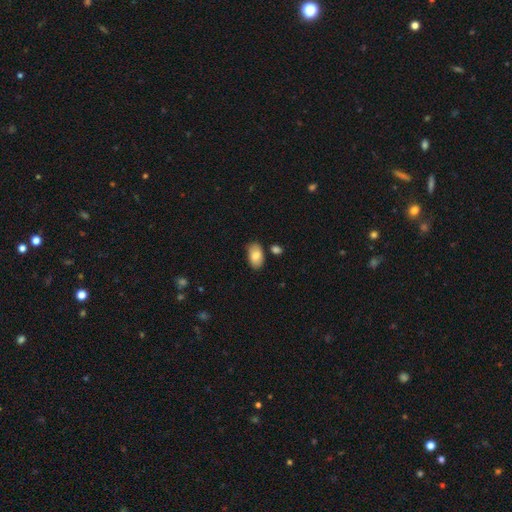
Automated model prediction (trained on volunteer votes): smooth_or_featured: smooth (p=0.84) [alt: featured or disk p=0.09]
how_rounded: in between (p=0.94) [alt: round p=0.05]
merging: none (p=0.77) [alt: minor disturbance p=0.15]